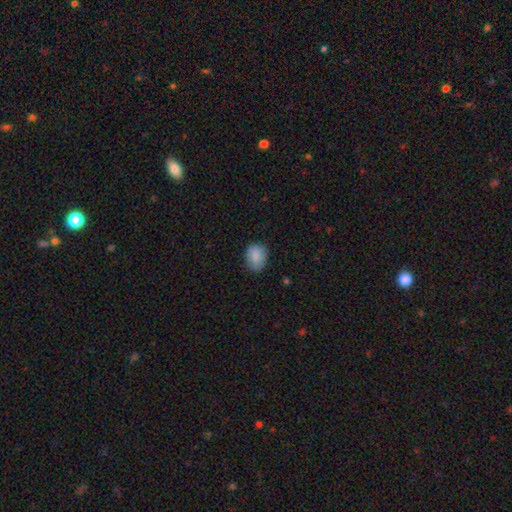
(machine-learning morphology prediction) Overall: smooth (85%). How rounded: in between (61%; round 38%). Merging: none (77%).